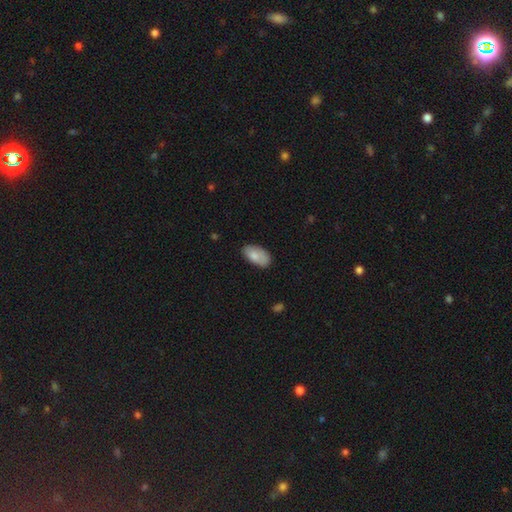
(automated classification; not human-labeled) Q: Smooth or featured?
A: smooth (81%); runner-up: featured or disk (12%)
Q: How rounded?
A: in between (94%); runner-up: round (3%)
Q: Merging?
A: none (72%); runner-up: minor disturbance (22%)